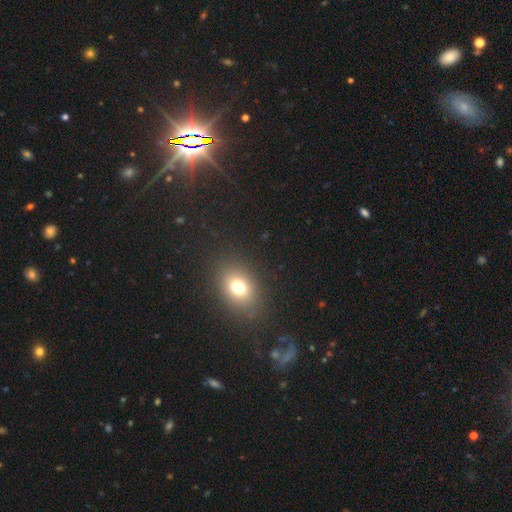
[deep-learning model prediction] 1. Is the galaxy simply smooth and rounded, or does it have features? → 54% smooth, 36% star or artifact, 10% featured or disk.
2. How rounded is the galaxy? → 66% in between, 32% round, 2% cigar-shaped.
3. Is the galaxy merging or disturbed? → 87% none, 8% minor disturbance, 3% major disturbance, 2% merger.